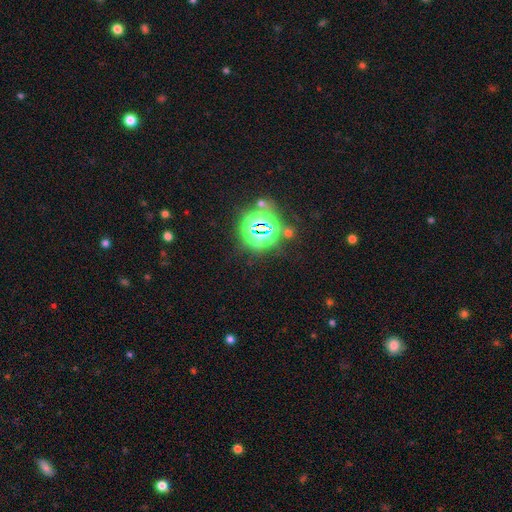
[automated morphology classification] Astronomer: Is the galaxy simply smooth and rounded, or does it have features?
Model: star or artifact — 85%.